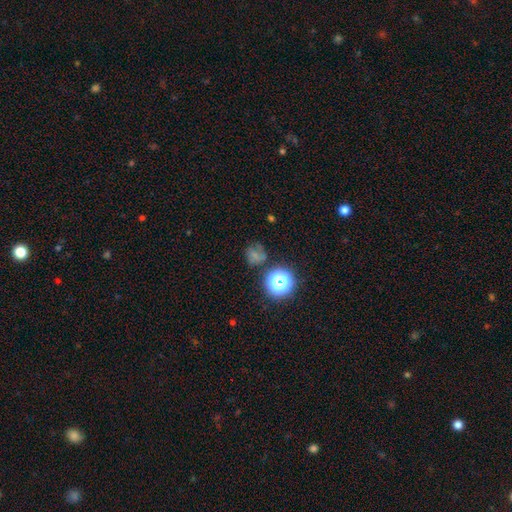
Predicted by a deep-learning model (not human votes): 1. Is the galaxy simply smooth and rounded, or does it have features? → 55% smooth, 27% star or artifact, 18% featured or disk.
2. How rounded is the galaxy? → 77% round, 22% in between, 1% cigar-shaped.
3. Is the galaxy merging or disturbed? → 58% none, 22% minor disturbance, 15% major disturbance, 5% merger.